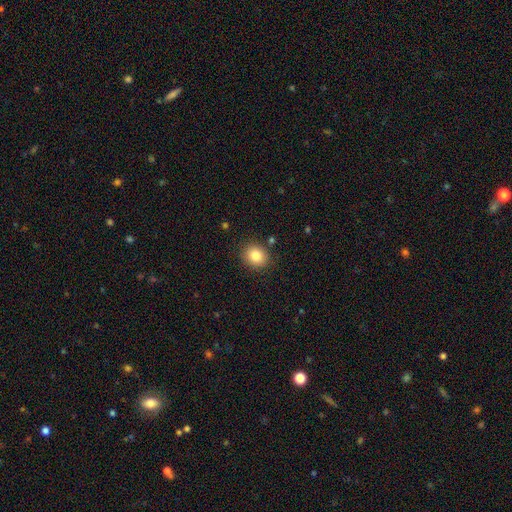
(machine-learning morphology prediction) The model was most divided on "how rounded": round: 73%, in between: 26%, cigar-shaped: 1%. More confident: merging — none (87%); smooth or featured — smooth (84%).